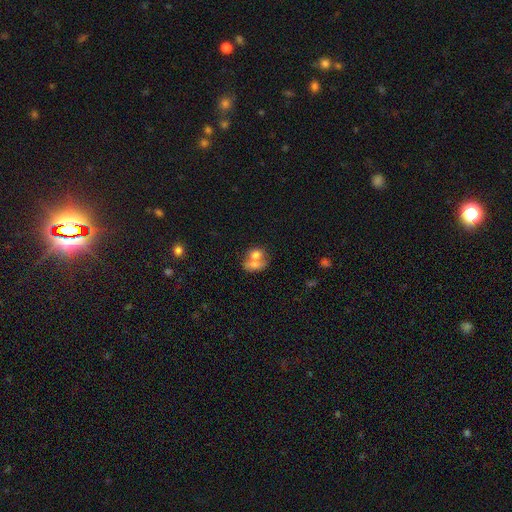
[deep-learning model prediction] Morphology: type=smooth (72%); roundness=in between (60%); merging=merger (67%).